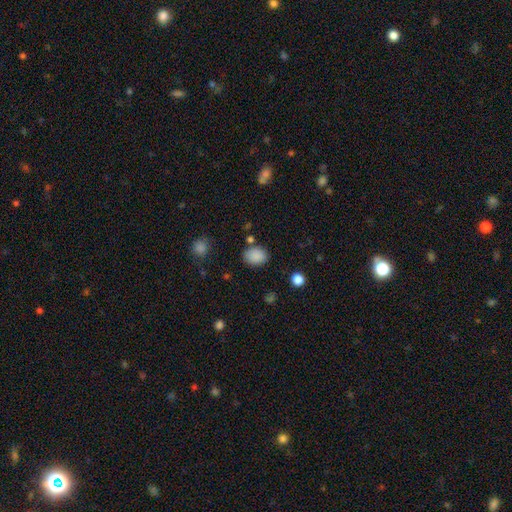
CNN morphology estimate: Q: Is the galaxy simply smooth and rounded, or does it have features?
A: smooth — 87%.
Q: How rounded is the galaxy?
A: in between — 66%.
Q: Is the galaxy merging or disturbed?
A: none — 79%.